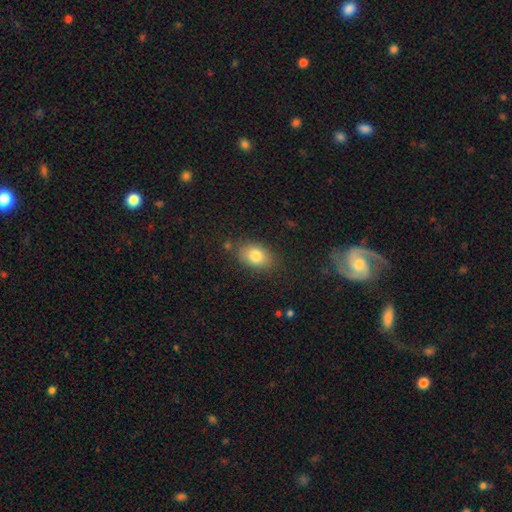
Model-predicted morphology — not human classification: This is clearly a smooth galaxy (82%). How rounded: clearly in between (81%). Merging: likely none (80%).